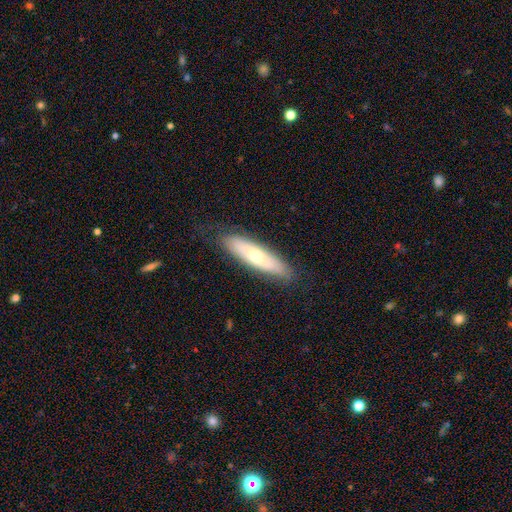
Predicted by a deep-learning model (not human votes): Morphology: type=smooth (52%); roundness=cigar-shaped (66%); merging=none (82%).